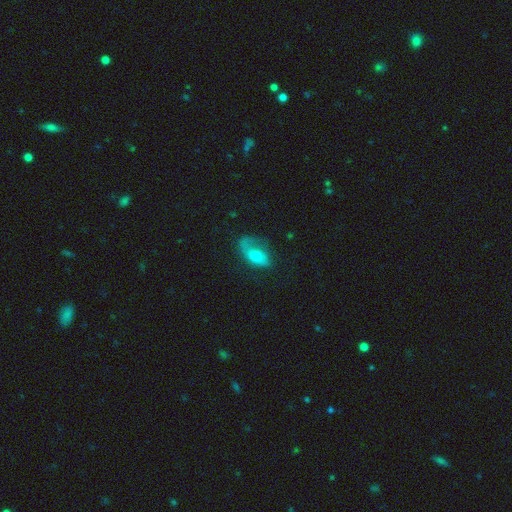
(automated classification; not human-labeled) Smooth or featured? smooth (54%)
How rounded? in between (88%)
Merging? major disturbance (35%, tied with none)